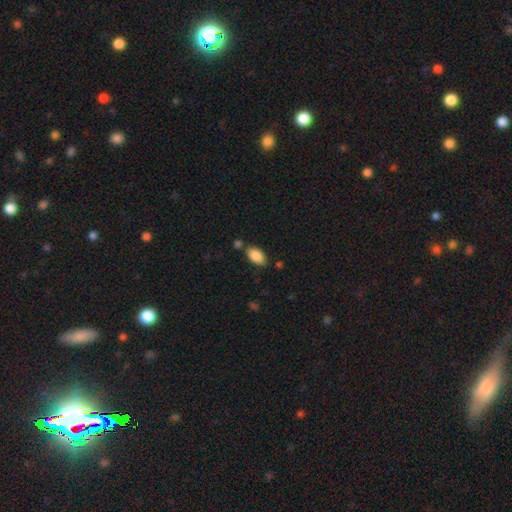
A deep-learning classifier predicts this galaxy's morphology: type=smooth (87%); roundness=in between (93%); merging=none (76%).